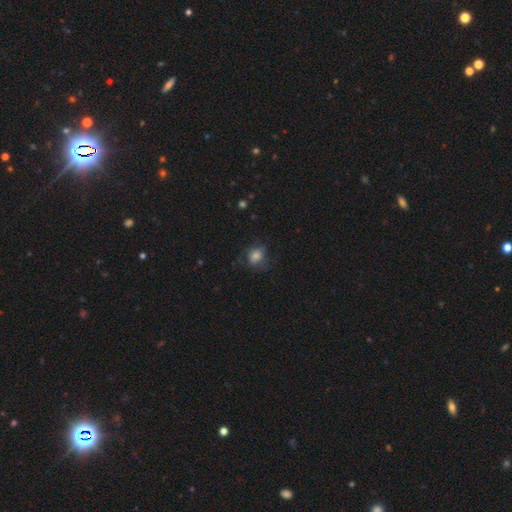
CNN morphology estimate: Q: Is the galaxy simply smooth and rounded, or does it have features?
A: smooth — 74%.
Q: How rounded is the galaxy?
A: round — 59%.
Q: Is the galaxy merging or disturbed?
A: none — 60%.